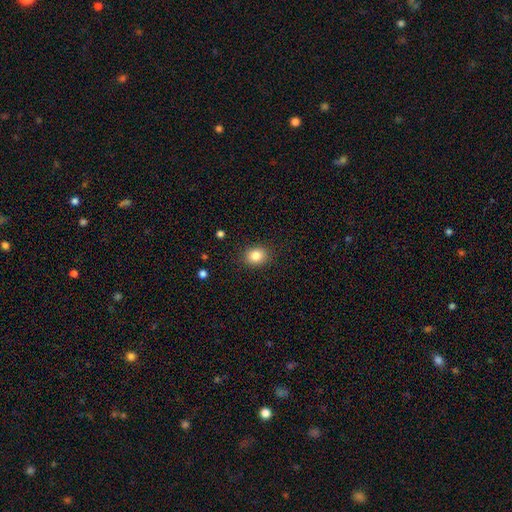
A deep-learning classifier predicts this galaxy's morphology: This is clearly a smooth galaxy (83%). How rounded: likely round (67%). Merging: clearly none (89%).